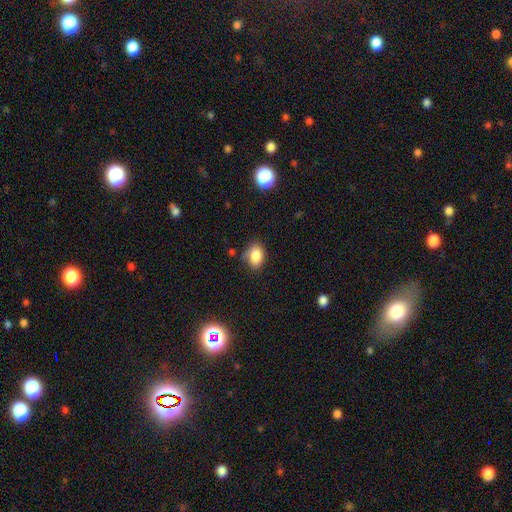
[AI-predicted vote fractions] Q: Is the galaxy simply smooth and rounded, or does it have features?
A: smooth — 84%.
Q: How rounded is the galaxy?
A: in between — 76%.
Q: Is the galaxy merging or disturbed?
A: none — 73%.